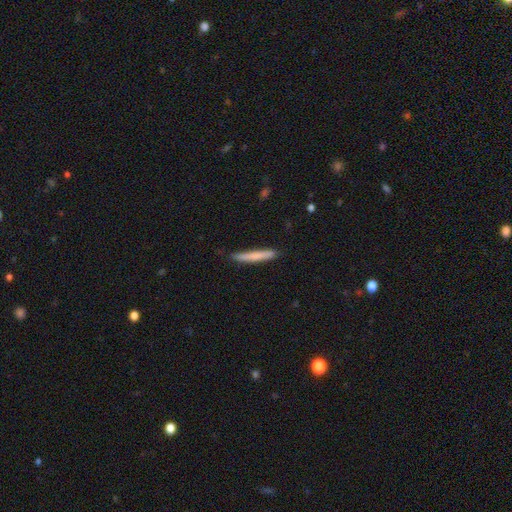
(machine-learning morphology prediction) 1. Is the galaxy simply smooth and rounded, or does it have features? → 74% smooth, 20% featured or disk, 6% star or artifact.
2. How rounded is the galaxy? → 96% cigar-shaped, 3% in between, 1% round.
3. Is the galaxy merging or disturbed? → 84% none, 13% minor disturbance, 2% major disturbance, 1% merger.